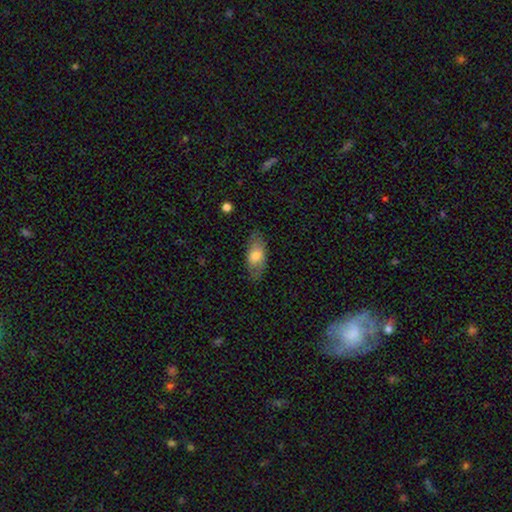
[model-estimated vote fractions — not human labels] smooth 66%, featured or disk 27%, star or artifact 6%. Down the decision tree: how rounded — in between (89%); merging — none (78%).